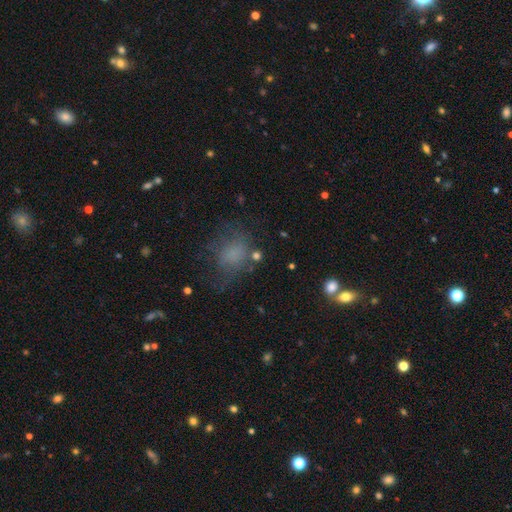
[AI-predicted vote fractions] This is likely a smooth galaxy (64%). How rounded: possibly round (50%). Merging: possibly none (48%).